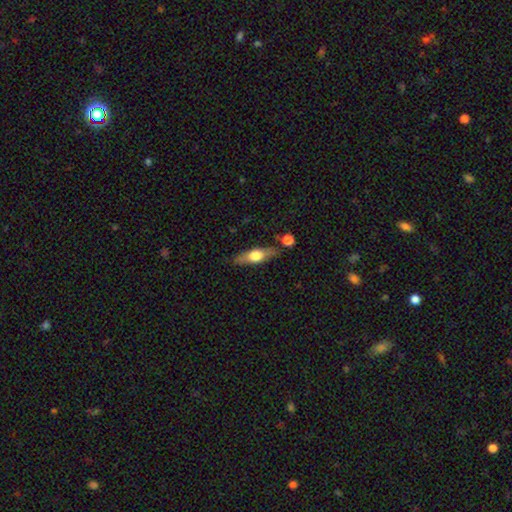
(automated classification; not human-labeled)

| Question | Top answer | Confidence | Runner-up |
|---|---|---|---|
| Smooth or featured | smooth | 49% | featured or disk (45%) |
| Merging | none | 79% | minor disturbance (13%) |